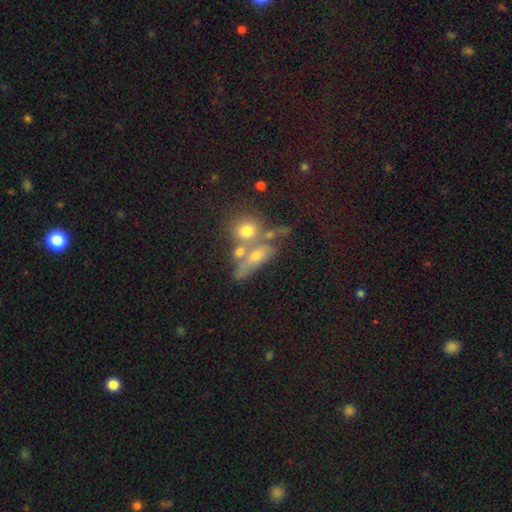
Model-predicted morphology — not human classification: smooth-or-featured: smooth: 50% | featured or disk: 36% | star or artifact: 14%
  merging: merger: 40% | none: 36% | minor disturbance: 14% | major disturbance: 10%